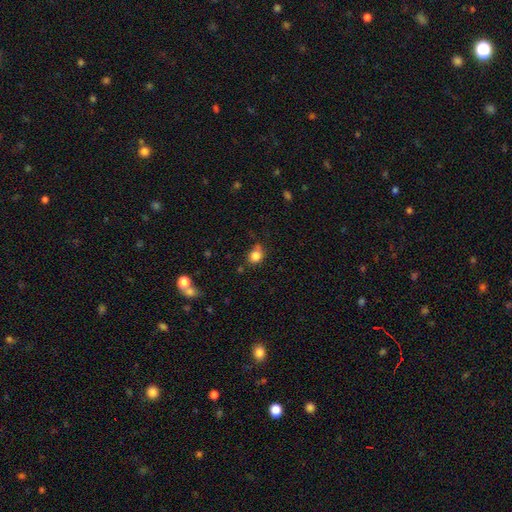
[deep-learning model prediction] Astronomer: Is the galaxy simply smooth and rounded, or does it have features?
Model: smooth — 83%.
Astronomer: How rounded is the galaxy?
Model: round — 66%.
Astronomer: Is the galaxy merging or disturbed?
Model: none — 65%.